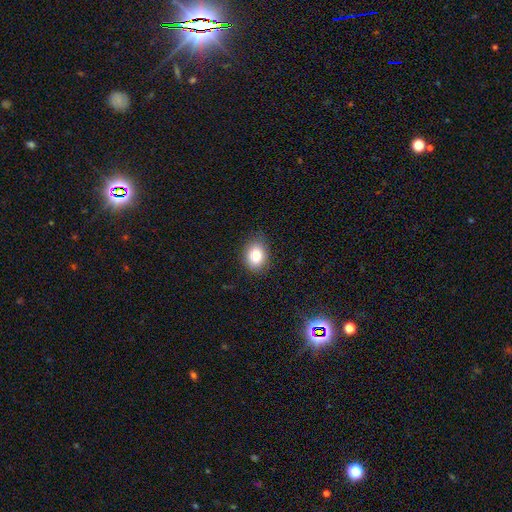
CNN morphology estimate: The model was most divided on "how rounded": in between: 66%, round: 33%, cigar-shaped: 1%. More confident: smooth or featured — smooth (83%); merging — none (82%).